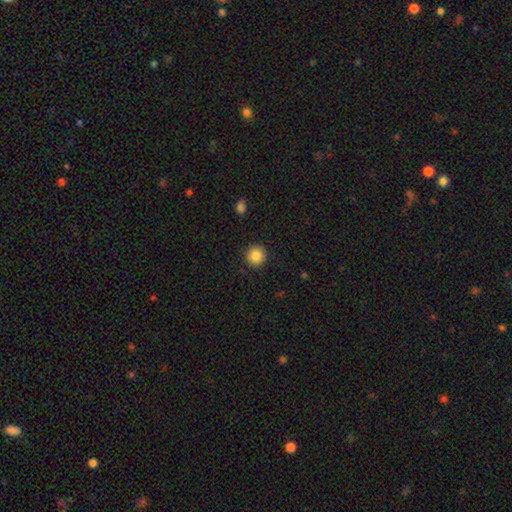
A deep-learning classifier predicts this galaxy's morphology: Smooth or featured: smooth — 85% (star or artifact — 9%)
How rounded: round — 94% (in between — 5%)
Merging: none — 91% (minor disturbance — 6%)